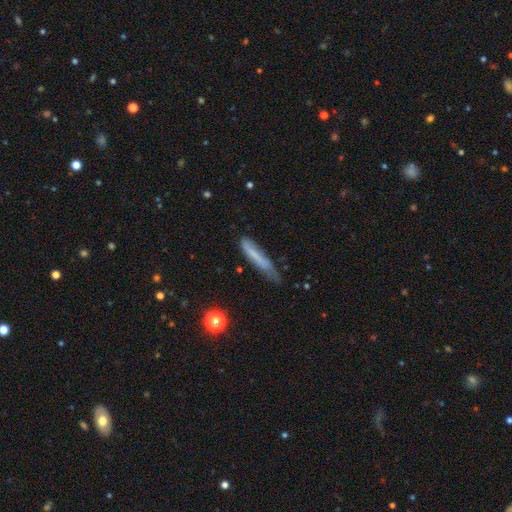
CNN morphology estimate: Smooth or featured? Predicted: smooth (p=0.64). How rounded? Predicted: cigar-shaped (p=0.90). Merging? Predicted: none (p=0.50).